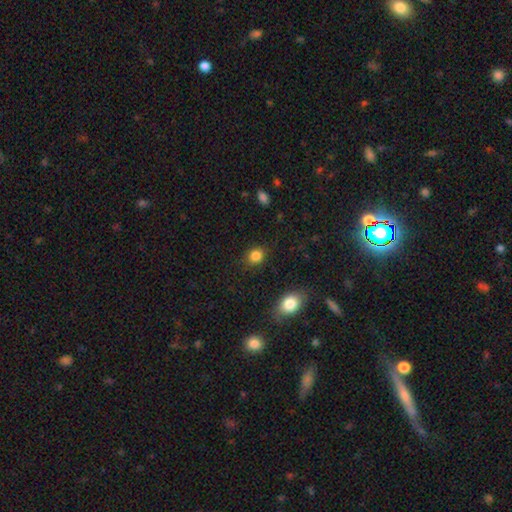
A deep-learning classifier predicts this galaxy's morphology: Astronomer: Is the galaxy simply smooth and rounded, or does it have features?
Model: smooth — 85%.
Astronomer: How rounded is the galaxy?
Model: round — 62%.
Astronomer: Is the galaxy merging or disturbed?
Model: none — 83%.